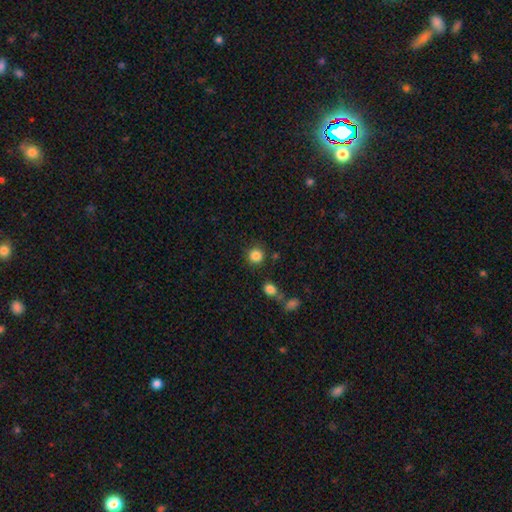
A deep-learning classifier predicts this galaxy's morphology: smooth_or_featured: smooth (p=0.85) [alt: star or artifact p=0.11]
how_rounded: round (p=0.92) [alt: in between p=0.07]
merging: none (p=0.86) [alt: minor disturbance p=0.08]